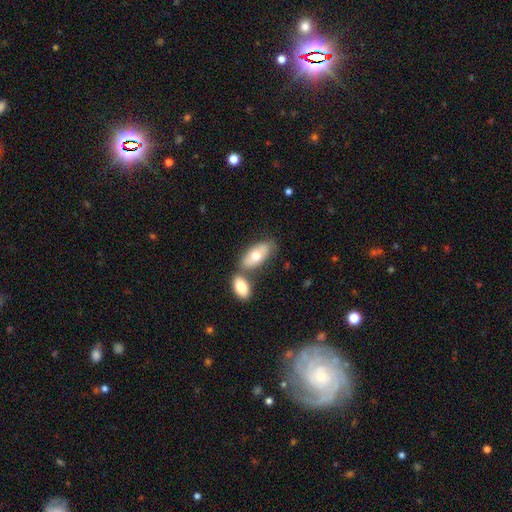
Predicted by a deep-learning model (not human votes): smooth-or-featured: smooth: 67% | featured or disk: 27% | star or artifact: 6%
  how-rounded: in between: 89% | cigar-shaped: 8% | round: 3%
  merging: none: 47% | merger: 39% | minor disturbance: 11% | major disturbance: 4%